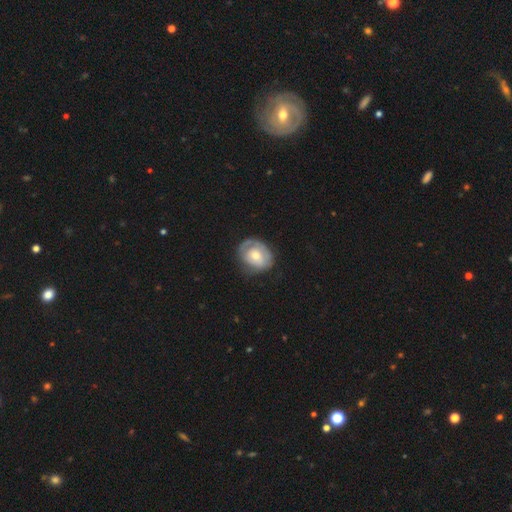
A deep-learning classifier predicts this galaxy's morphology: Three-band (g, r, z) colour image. It shows a featured or disk galaxy (54%) with no bar (76%), spiral arms (57%) and a moderate central bulge (60%). Merging: none (61%).